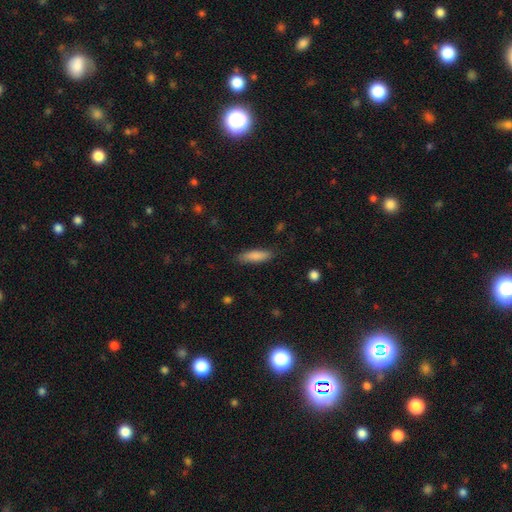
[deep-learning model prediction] Smooth or featured? Predicted: smooth (p=0.84). How rounded? Predicted: cigar-shaped (p=0.61). Merging? Predicted: none (p=0.84).